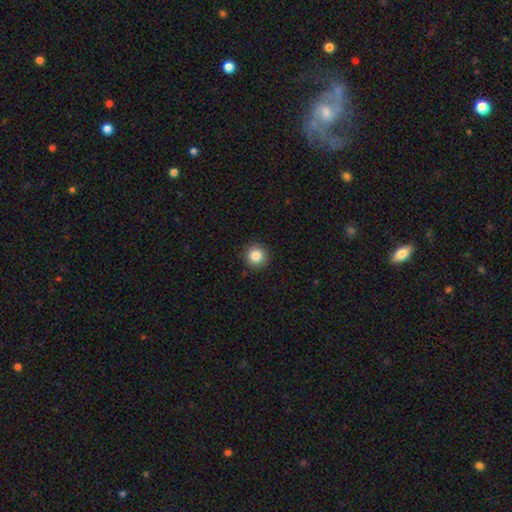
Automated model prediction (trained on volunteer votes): A smooth galaxy with no disk features (85%) that is round (95%). Merging: none (92%).